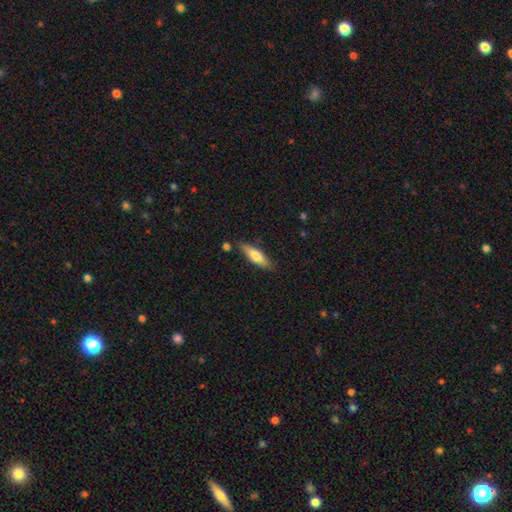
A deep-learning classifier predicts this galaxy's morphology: The model was most divided on "how rounded": cigar-shaped: 61%, in between: 37%, round: 2%. More confident: merging — none (80%); smooth or featured — smooth (60%).